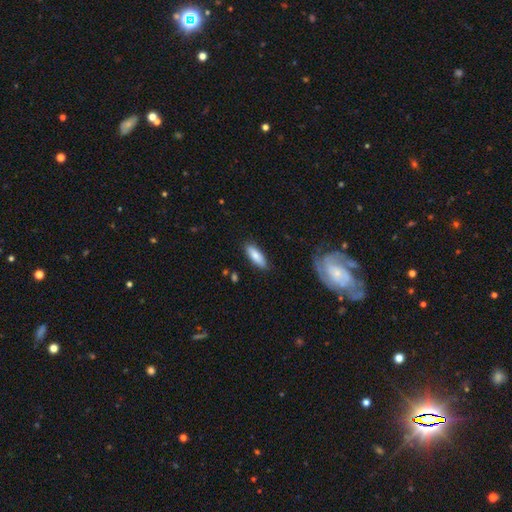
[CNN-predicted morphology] Q: Smooth or featured?
A: smooth (80%); runner-up: featured or disk (14%)
Q: How rounded?
A: in between (58%); runner-up: cigar-shaped (40%)
Q: Merging?
A: none (84%); runner-up: minor disturbance (12%)